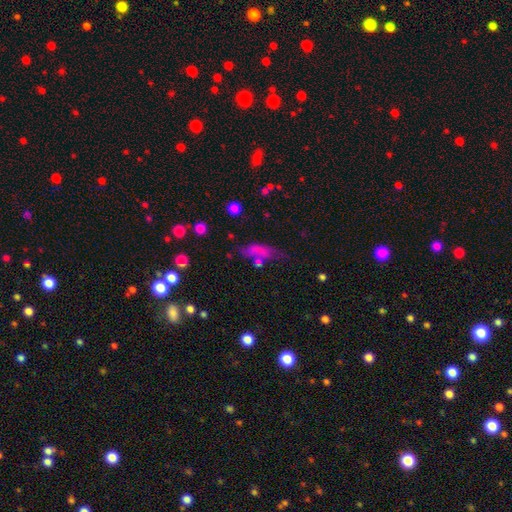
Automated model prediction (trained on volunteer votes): Overall: smooth (62%). How rounded: in between (52%; cigar-shaped 43%). Merging: none (46%; minor disturbance 24%).